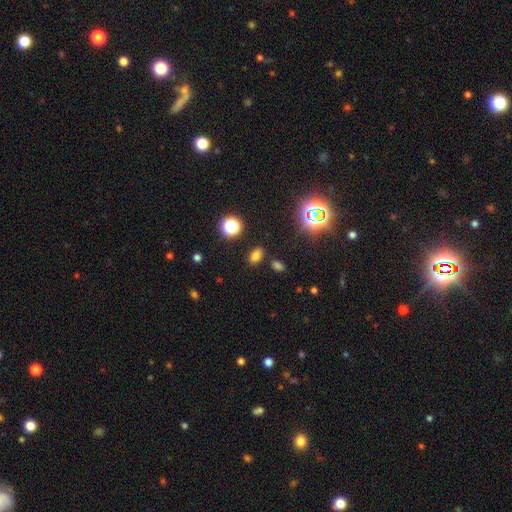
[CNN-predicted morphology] The model was most divided on "smooth or featured": smooth: 70%, star or artifact: 24%, featured or disk: 6%. More confident: merging — none (84%); how rounded — in between (81%).